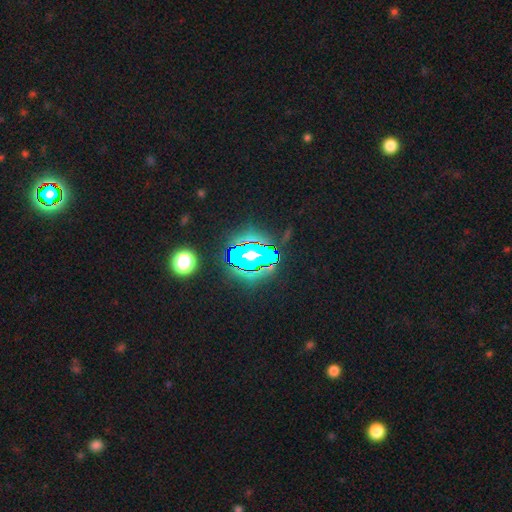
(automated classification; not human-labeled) A star or artifact, not a galaxy (59%).